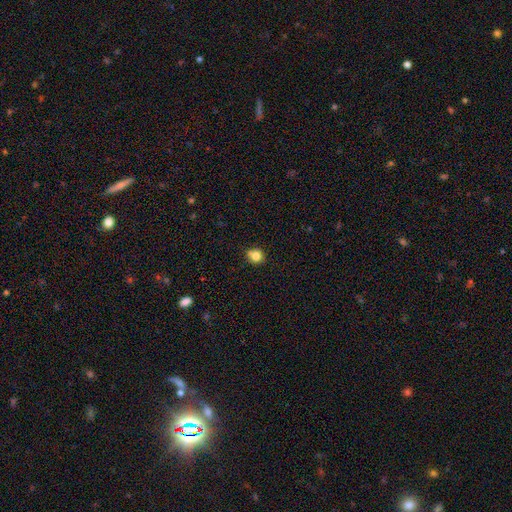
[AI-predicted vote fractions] Smooth or featured?
  - smooth: 81% *
  - star or artifact: 12%
  - featured or disk: 8%
How rounded?
  - round: 86% *
  - in between: 14%
  - cigar-shaped: 1%
Merging?
  - none: 69% *
  - minor disturbance: 14%
  - merger: 14%
  - major disturbance: 3%